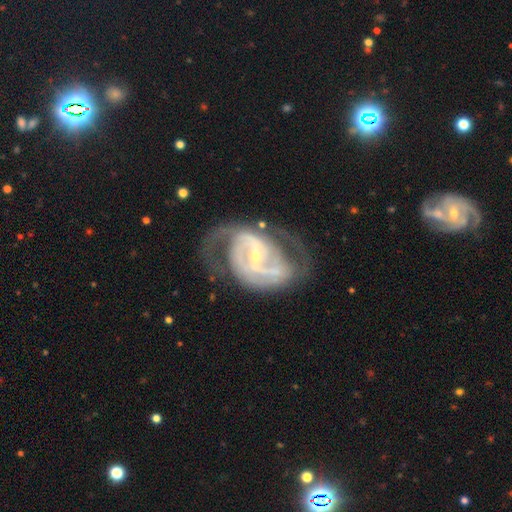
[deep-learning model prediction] smooth_or_featured: featured or disk (p=0.89) [alt: star or artifact p=0.06]
disk_edge_on: no (p=0.97) [alt: yes p=0.03]
bar: strong (p=0.43) [alt: weak p=0.39]
has_spiral_arms: yes (p=0.95) [alt: no p=0.05]
spiral_winding: medium (p=0.51) [alt: tight p=0.30]
spiral_arm_count: 2 (p=0.72) [alt: can't tell p=0.12]
bulge_size: small (p=0.74) [alt: moderate p=0.22]
merging: none (p=0.60) [alt: minor disturbance p=0.20]